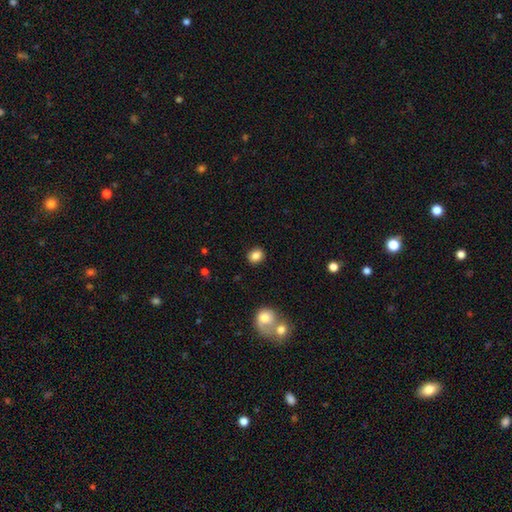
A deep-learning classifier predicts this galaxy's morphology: Q: Smooth or featured?
A: smooth (85%); runner-up: star or artifact (10%)
Q: How rounded?
A: round (70%); runner-up: in between (29%)
Q: Merging?
A: none (89%); runner-up: minor disturbance (7%)